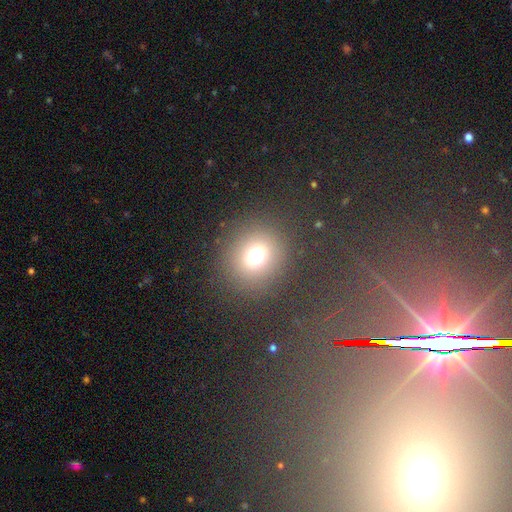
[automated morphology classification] Smooth or featured? Predicted: smooth (p=0.69). How rounded? Predicted: round (p=0.86). Merging? Predicted: none (p=0.82).